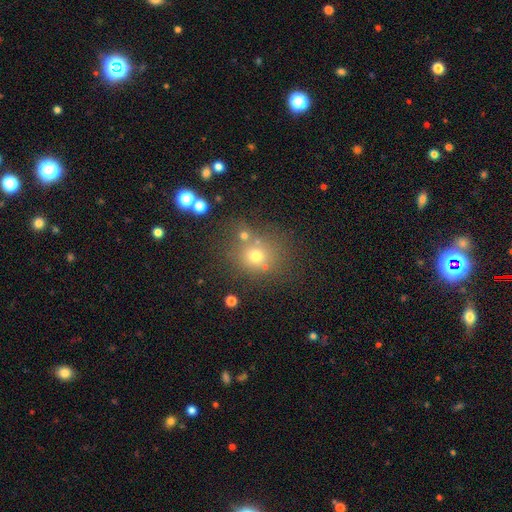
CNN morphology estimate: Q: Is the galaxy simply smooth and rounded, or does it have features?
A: smooth — 66%.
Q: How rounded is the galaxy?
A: round — 79%.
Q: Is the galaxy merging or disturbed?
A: none — 66%.